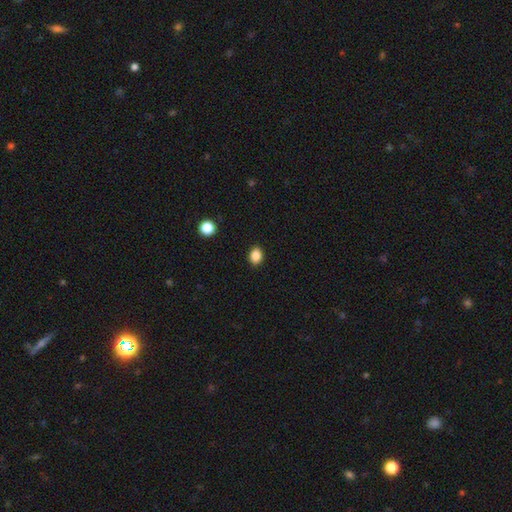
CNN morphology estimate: smooth_or_featured: smooth (p=0.86) [alt: star or artifact p=0.10]
how_rounded: in between (p=0.53) [alt: round p=0.46]
merging: none (p=0.90) [alt: minor disturbance p=0.07]